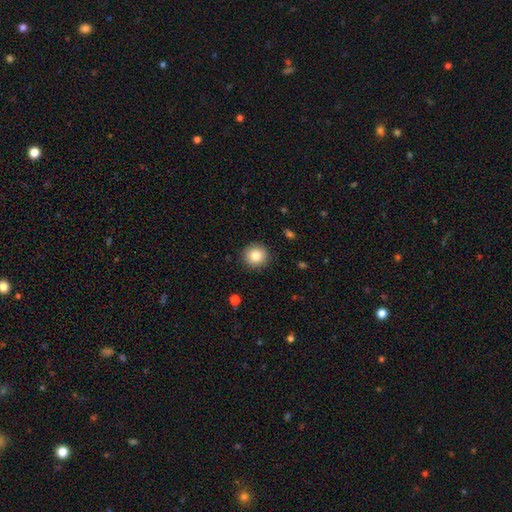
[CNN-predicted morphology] The model was most divided on "smooth or featured": smooth: 83%, star or artifact: 9%, featured or disk: 8%. More confident: how rounded — round (95%); merging — none (91%).